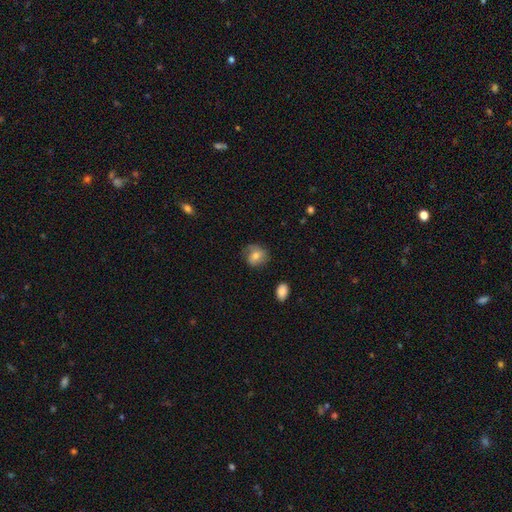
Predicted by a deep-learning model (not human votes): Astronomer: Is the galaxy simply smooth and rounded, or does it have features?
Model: smooth — 64%.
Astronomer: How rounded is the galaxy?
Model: round — 68%.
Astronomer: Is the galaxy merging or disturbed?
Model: none — 65%.